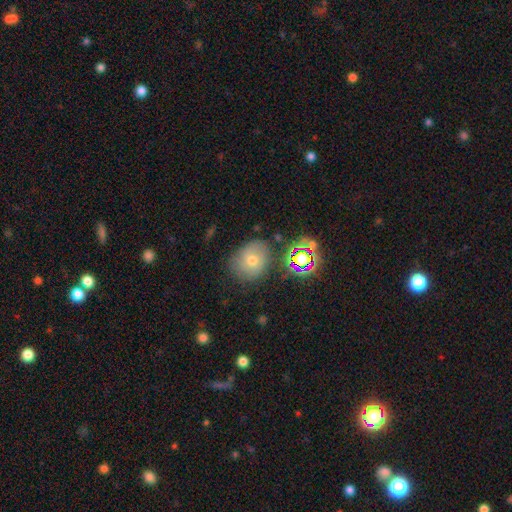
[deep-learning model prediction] Smooth or featured? star or artifact (40%)